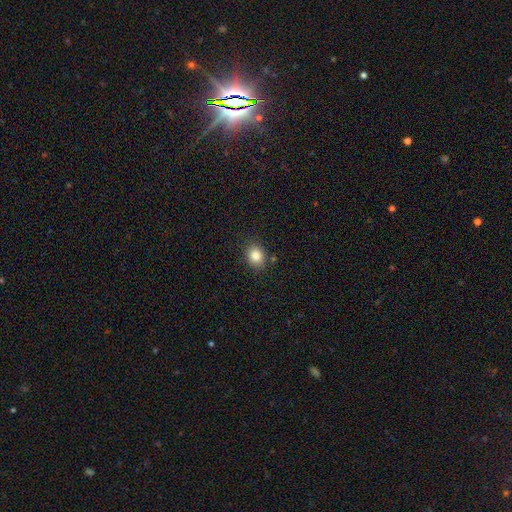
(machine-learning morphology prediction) Smooth or featured? Predicted: smooth (p=0.83). How rounded? Predicted: round (p=0.56). Merging? Predicted: none (p=0.85).